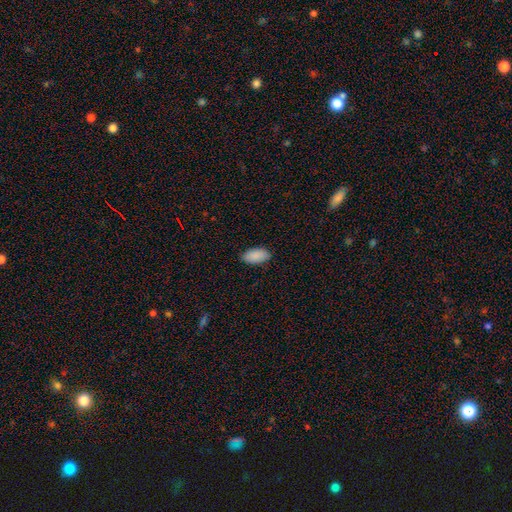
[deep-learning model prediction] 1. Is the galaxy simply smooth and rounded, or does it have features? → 90% smooth, 6% star or artifact, 3% featured or disk.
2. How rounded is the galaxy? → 95% in between, 3% cigar-shaped, 2% round.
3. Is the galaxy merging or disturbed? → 86% none, 11% minor disturbance, 2% major disturbance, 1% merger.